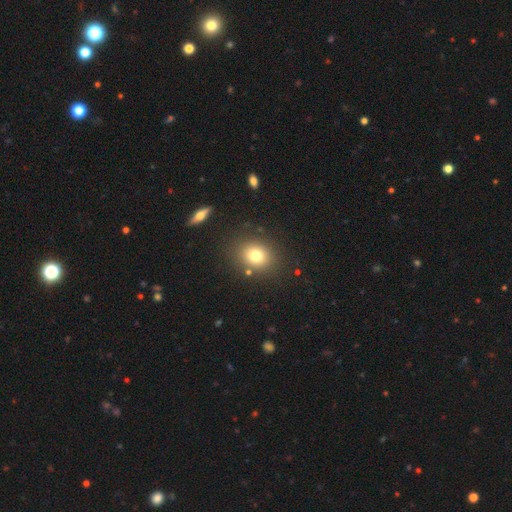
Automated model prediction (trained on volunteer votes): The model was most divided on "how rounded": round: 67%, in between: 32%, cigar-shaped: 1%. More confident: merging — none (84%); smooth or featured — smooth (76%).